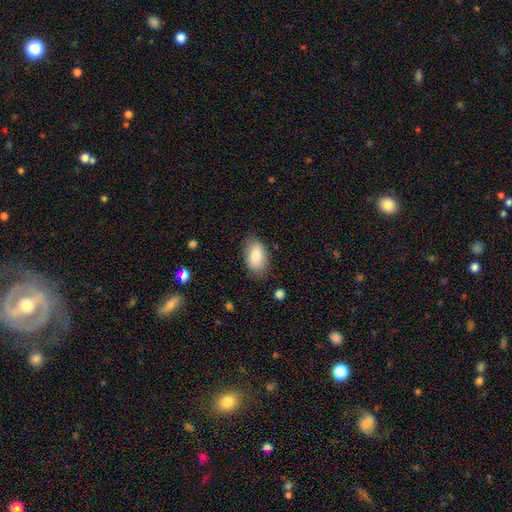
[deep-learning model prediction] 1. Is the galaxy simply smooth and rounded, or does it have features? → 81% smooth, 12% featured or disk, 7% star or artifact.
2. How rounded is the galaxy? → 91% in between, 8% round, 1% cigar-shaped.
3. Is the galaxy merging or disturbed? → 82% none, 14% minor disturbance, 3% major disturbance, 1% merger.